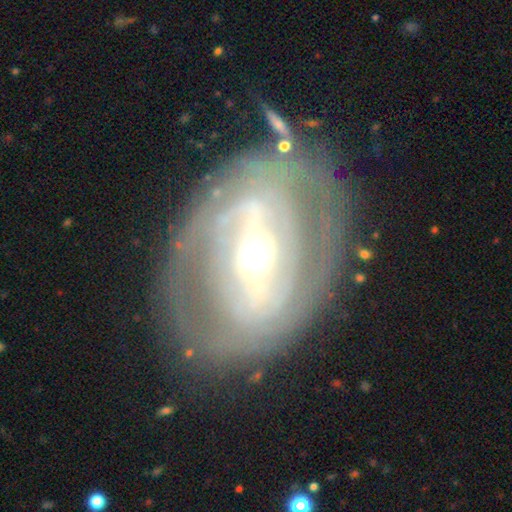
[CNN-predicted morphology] The model was most divided on "bar": strong: 39%, weak: 33%, no: 28%. Remaining: edge-on disk — no (94%); smooth or featured — featured or disk (81%); spiral arms — yes (73%); merging — none (71%); bulge size — moderate (65%); spiral winding — tight (58%); spiral arm count — 2 (48%).